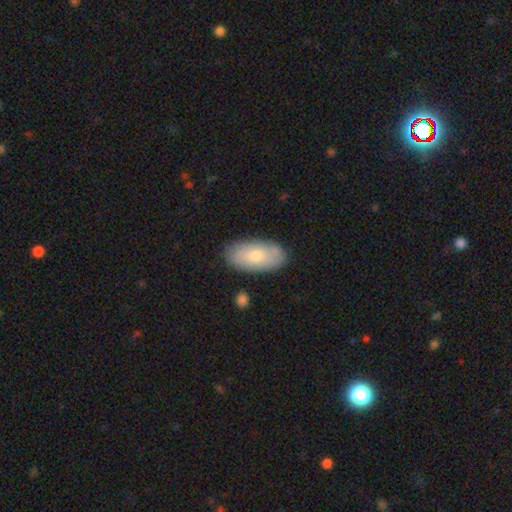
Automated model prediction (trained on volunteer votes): Smooth or featured? smooth (72%)
How rounded? in between (94%)
Merging? none (84%)